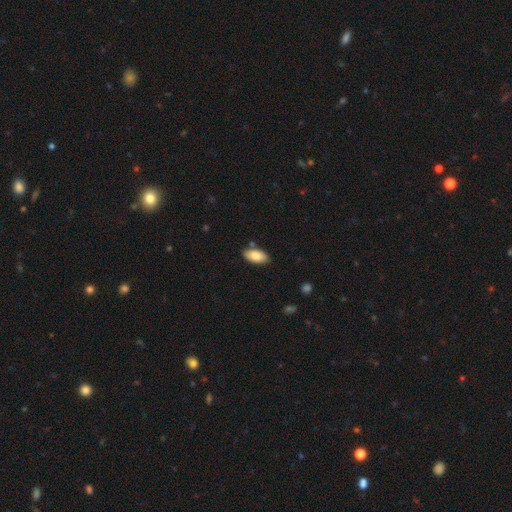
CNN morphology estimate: smooth_or_featured: smooth (p=0.86) [alt: featured or disk p=0.08]
how_rounded: in between (p=0.93) [alt: cigar-shaped p=0.04]
merging: none (p=0.82) [alt: minor disturbance p=0.12]